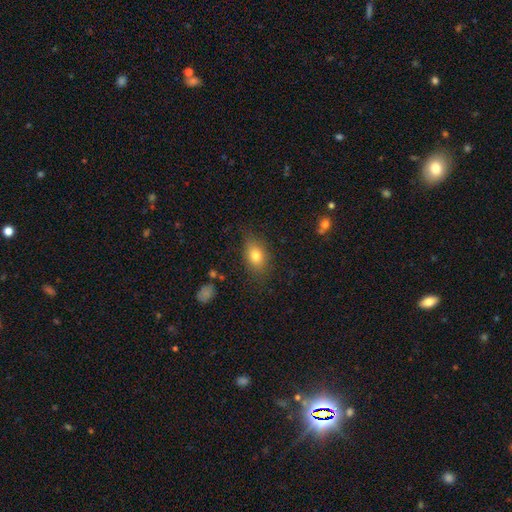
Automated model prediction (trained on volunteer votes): A smooth galaxy with no disk features (78%) that is in between round and cigar-shaped (76%).

Vote fractions:
- Smooth or featured? smooth: 78% / featured or disk: 12% / star or artifact: 10%
- How rounded? in between: 76% / round: 21% / cigar-shaped: 2%
- Merging? none: 77% / minor disturbance: 17% / major disturbance: 5% / merger: 2%